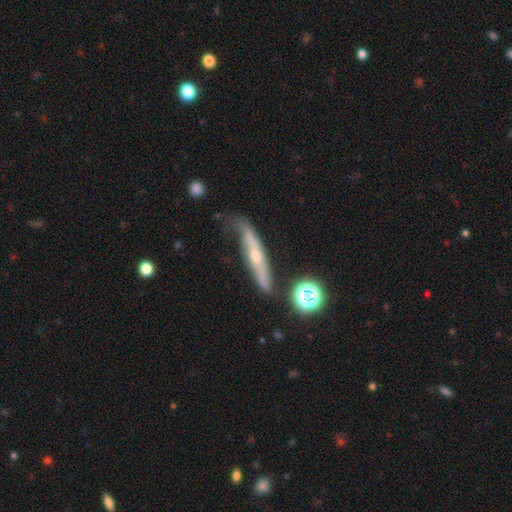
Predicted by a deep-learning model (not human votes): The model was most divided on "merging": none: 52%, minor disturbance: 31%, major disturbance: 13%, merger: 4%. More confident: edge-on disk — yes (76%); smooth or featured — featured or disk (63%).